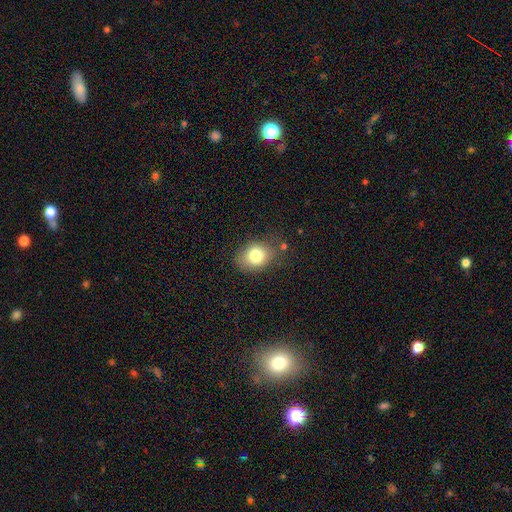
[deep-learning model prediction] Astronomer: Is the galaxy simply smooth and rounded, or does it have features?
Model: smooth — 79%.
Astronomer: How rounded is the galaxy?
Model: in between — 62%.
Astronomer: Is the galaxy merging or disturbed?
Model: none — 73%.